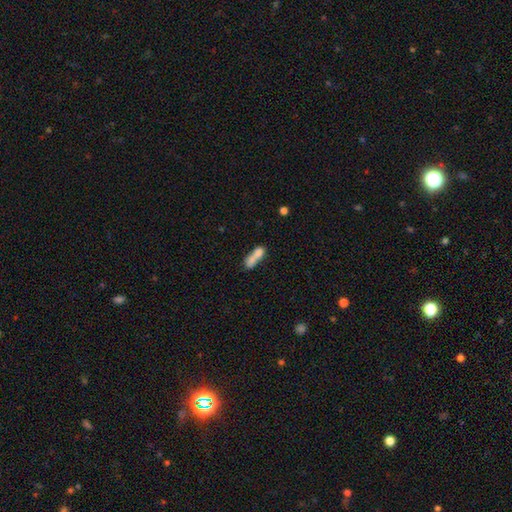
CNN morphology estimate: Smooth or featured? Predicted: smooth (p=0.71). How rounded? Predicted: in between (p=0.54). Merging? Predicted: merger (p=0.53).